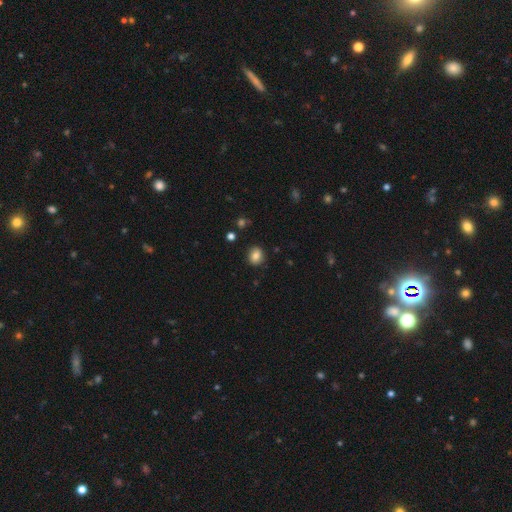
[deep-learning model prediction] This appears to be a smooth galaxy with no disk features (83%) that is round (65%). Merging: none (88%).